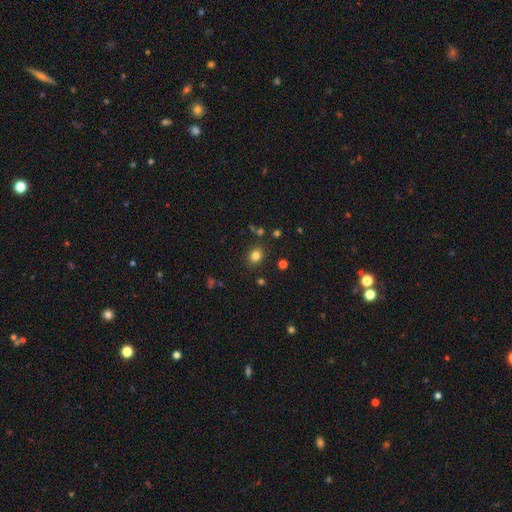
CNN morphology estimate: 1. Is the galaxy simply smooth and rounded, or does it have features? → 80% smooth, 14% star or artifact, 6% featured or disk.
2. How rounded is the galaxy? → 64% round, 35% in between, 1% cigar-shaped.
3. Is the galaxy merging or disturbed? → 85% none, 9% minor disturbance, 3% merger, 3% major disturbance.